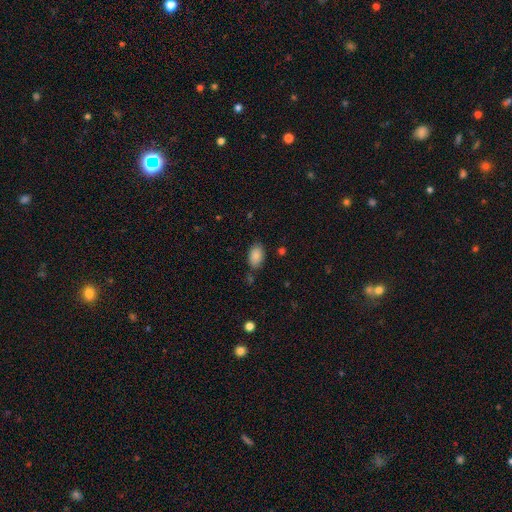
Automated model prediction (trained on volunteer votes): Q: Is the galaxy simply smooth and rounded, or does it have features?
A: smooth — 86%.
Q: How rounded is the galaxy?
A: in between — 91%.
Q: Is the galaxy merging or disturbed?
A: none — 77%.